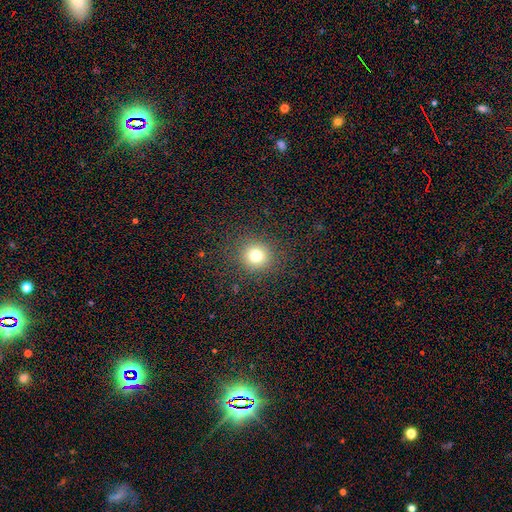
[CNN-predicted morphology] A smooth galaxy with no disk features (77%) that is round (90%).

Vote fractions:
- Smooth or featured? smooth: 77% / star or artifact: 16% / featured or disk: 8%
- How rounded? round: 90% / in between: 9% / cigar-shaped: 1%
- Merging? none: 88% / minor disturbance: 7% / major disturbance: 4% / merger: 1%